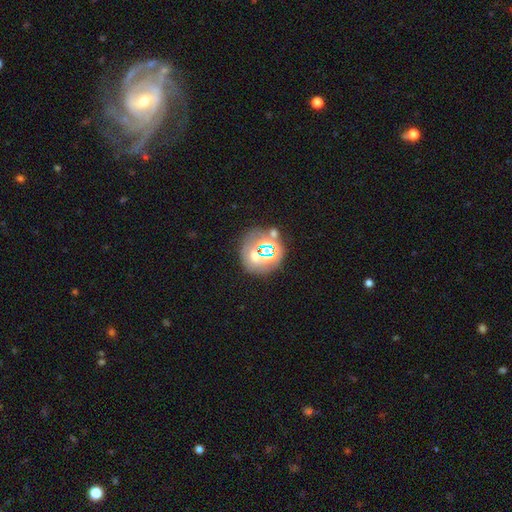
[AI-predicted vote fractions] Morphology: type=smooth (40%, tied with star or artifact); merging=none (62%).